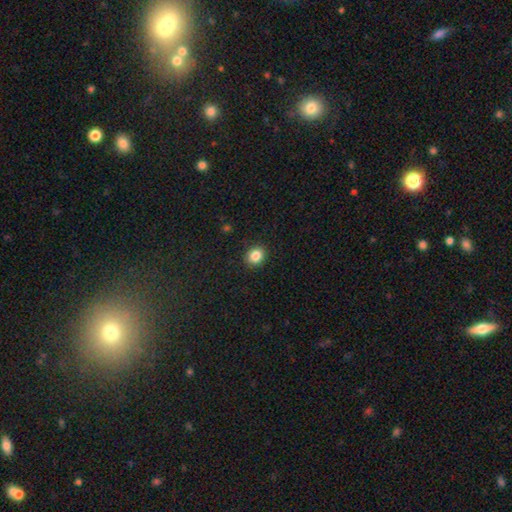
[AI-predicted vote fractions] Q: Smooth or featured?
A: smooth (84%); runner-up: star or artifact (10%)
Q: How rounded?
A: round (71%); runner-up: in between (28%)
Q: Merging?
A: none (90%); runner-up: minor disturbance (7%)